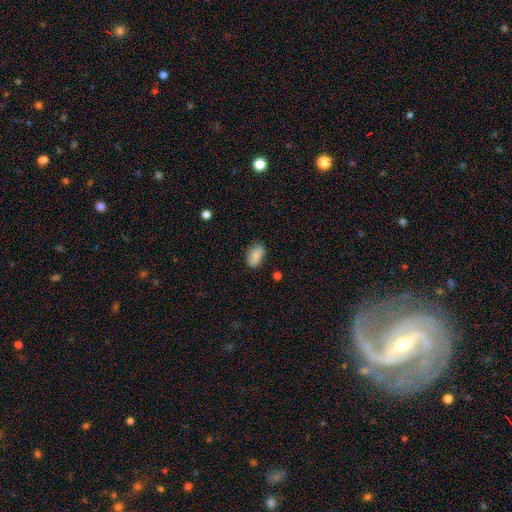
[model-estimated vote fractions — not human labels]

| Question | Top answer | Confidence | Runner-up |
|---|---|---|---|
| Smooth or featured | smooth | 82% | featured or disk (11%) |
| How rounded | in between | 91% | round (6%) |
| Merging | none | 80% | minor disturbance (15%) |